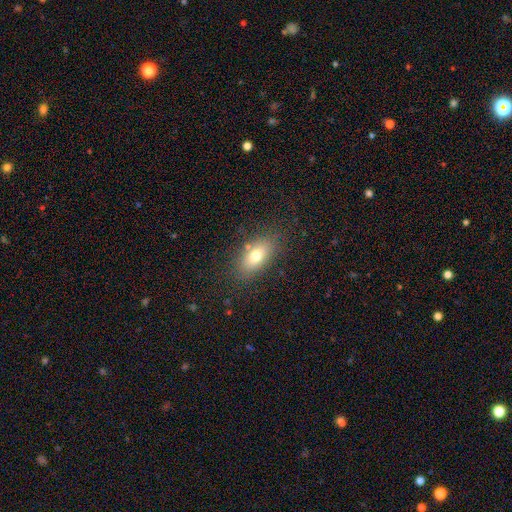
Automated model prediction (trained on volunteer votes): Morphology: type=smooth (75%); roundness=in between (86%); merging=none (80%).